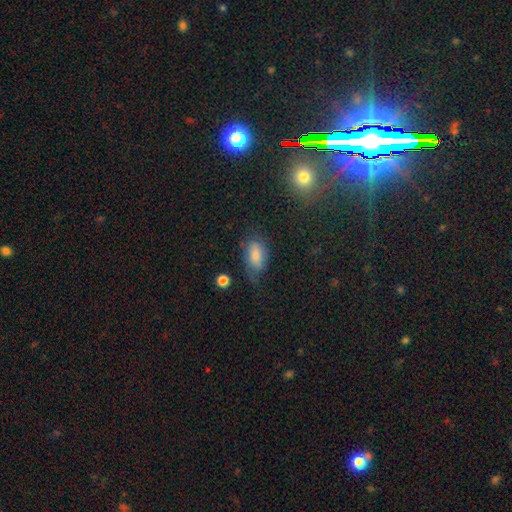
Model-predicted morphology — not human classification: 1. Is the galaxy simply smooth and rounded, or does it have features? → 73% smooth, 17% featured or disk, 10% star or artifact.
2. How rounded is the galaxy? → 89% in between, 5% round, 5% cigar-shaped.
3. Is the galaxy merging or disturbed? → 52% none, 32% minor disturbance, 13% major disturbance, 3% merger.